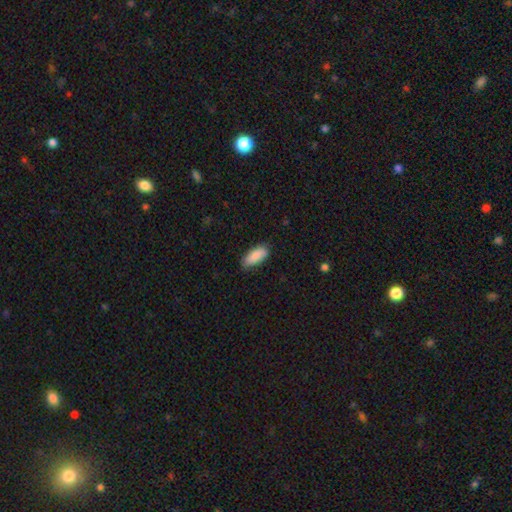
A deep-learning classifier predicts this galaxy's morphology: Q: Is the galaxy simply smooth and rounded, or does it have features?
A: smooth — 89%.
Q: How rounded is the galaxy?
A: in between — 83%.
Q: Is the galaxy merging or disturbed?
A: none — 77%.